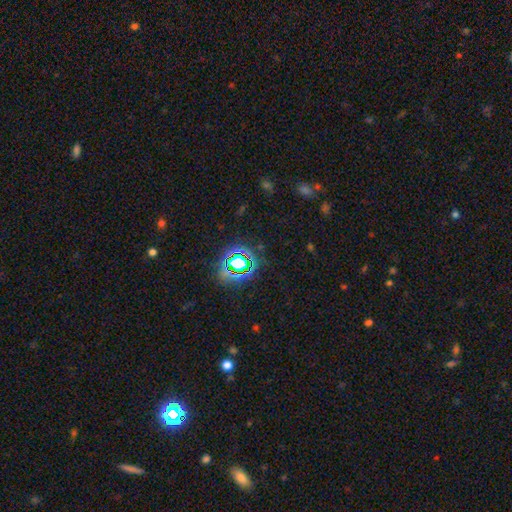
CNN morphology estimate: Smooth or featured? Predicted: star or artifact (p=0.58).